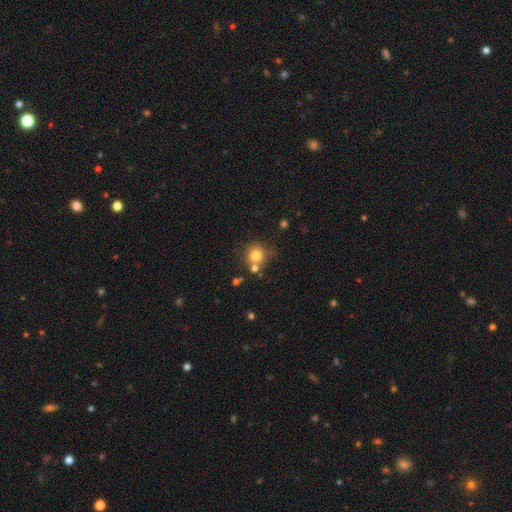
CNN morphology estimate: Smooth or featured: smooth — 78% (star or artifact — 13%)
How rounded: round — 87% (in between — 12%)
Merging: none — 61% (merger — 18%)